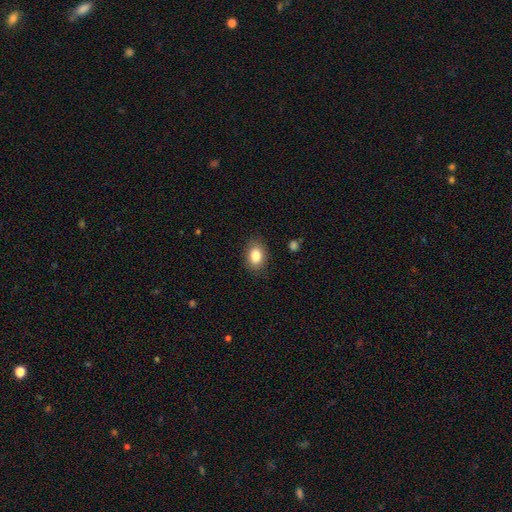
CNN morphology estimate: type=smooth (84%); roundness=in between (78%); merging=none (86%).